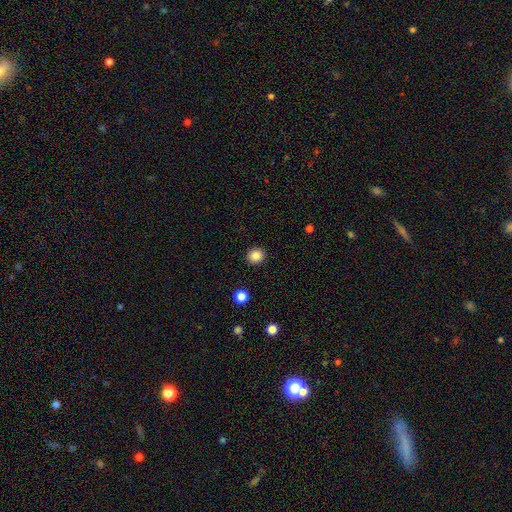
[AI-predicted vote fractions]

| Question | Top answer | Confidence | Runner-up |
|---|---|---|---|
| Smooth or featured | smooth | 85% | star or artifact (10%) |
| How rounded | round | 87% | in between (12%) |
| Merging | none | 92% | minor disturbance (5%) |